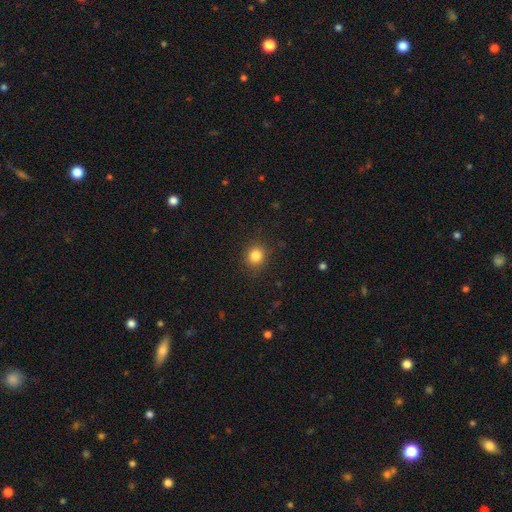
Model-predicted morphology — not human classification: Smooth or featured: smooth — 83% (star or artifact — 12%)
How rounded: round — 84% (in between — 15%)
Merging: none — 88% (minor disturbance — 8%)